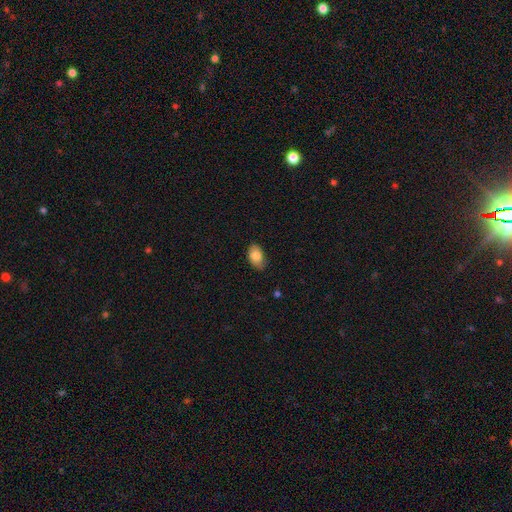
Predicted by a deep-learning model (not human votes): This is clearly a smooth galaxy (83%). How rounded: clearly in between (91%). Merging: likely none (80%).